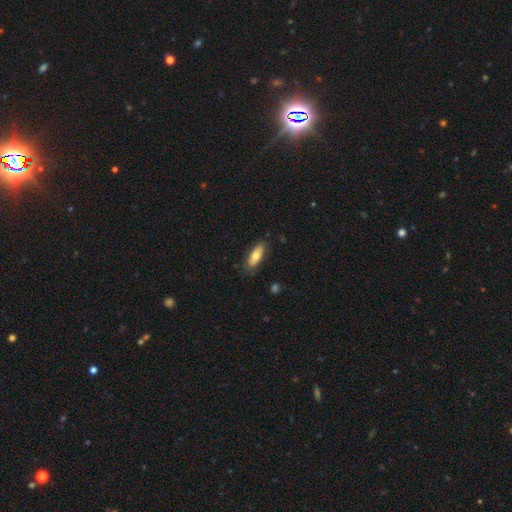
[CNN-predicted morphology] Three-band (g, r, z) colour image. It shows a smooth galaxy with no disk features (69%) that is in between round and cigar-shaped (72%). Merging: none (79%).